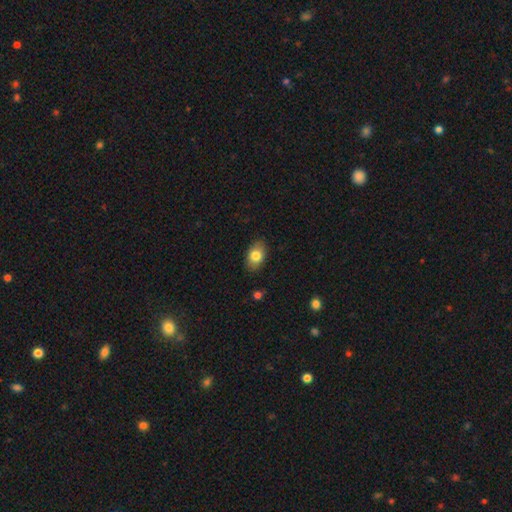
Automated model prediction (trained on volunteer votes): Smooth or featured: smooth — 80% (featured or disk — 12%)
How rounded: in between — 87% (round — 11%)
Merging: none — 86% (minor disturbance — 10%)